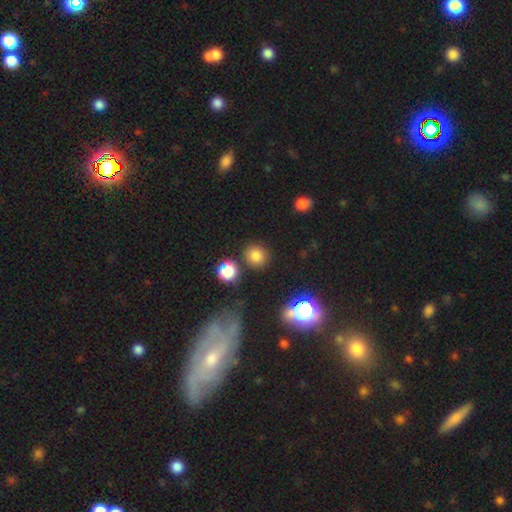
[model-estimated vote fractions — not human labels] Smooth or featured?
  - smooth: 77% *
  - star or artifact: 17%
  - featured or disk: 6%
How rounded?
  - round: 86% *
  - in between: 13%
  - cigar-shaped: 1%
Merging?
  - none: 83% *
  - minor disturbance: 9%
  - merger: 5%
  - major disturbance: 3%